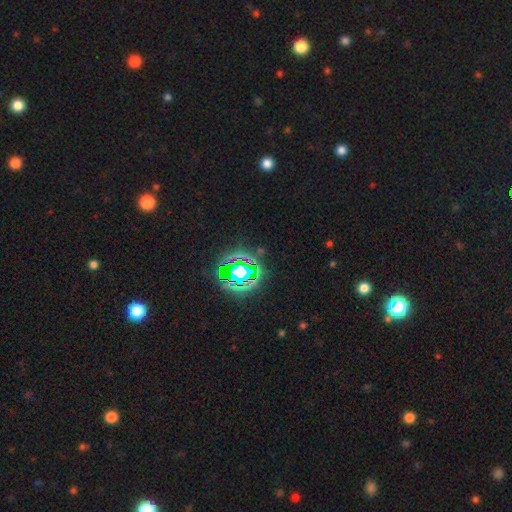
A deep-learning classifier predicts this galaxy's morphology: The model was most divided on "smooth or featured": star or artifact: 81%, smooth: 12%, featured or disk: 7%.